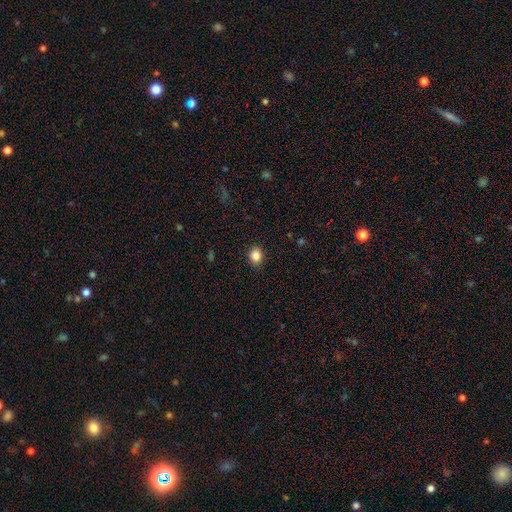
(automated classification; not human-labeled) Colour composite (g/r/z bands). It shows a smooth galaxy with no disk features (85%) that is round (72%). Merging: none (88%).